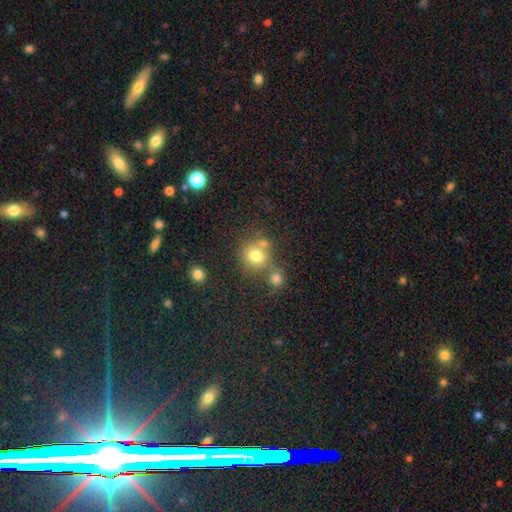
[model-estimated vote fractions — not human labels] This is likely a smooth galaxy (74%). How rounded: clearly round (85%). Merging: possibly none (53%).